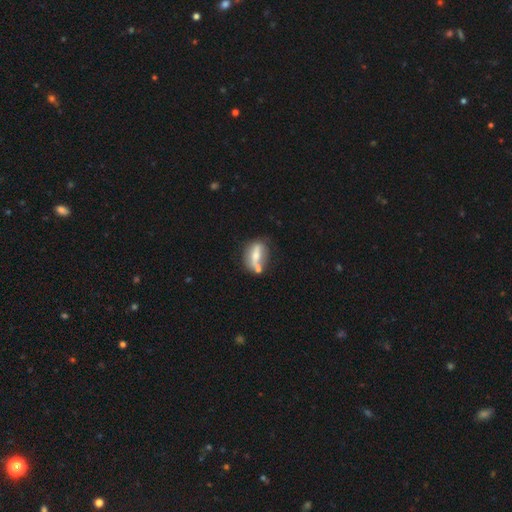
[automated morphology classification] Smooth or featured? featured or disk (50%)
Merging? none (46%)